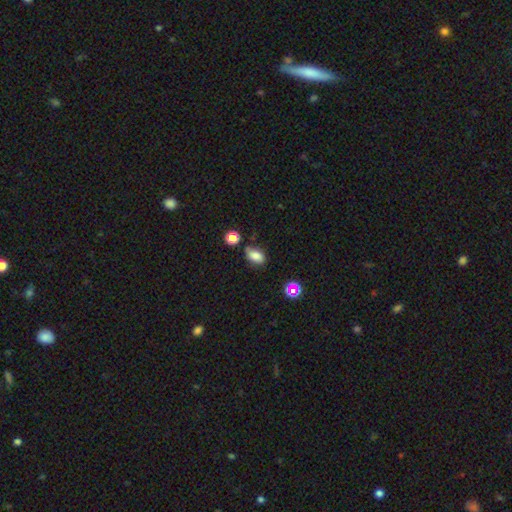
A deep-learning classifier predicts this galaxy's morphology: This is likely a smooth galaxy (79%). How rounded: clearly in between (87%). Merging: likely none (65%).